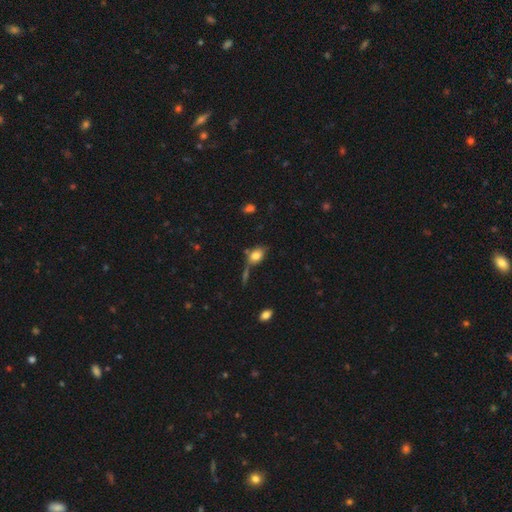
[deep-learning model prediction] The model was most divided on "merging": none: 49%, merger: 21%, minor disturbance: 20%, major disturbance: 10%. More confident: smooth or featured — smooth (79%); how rounded — in between (78%).